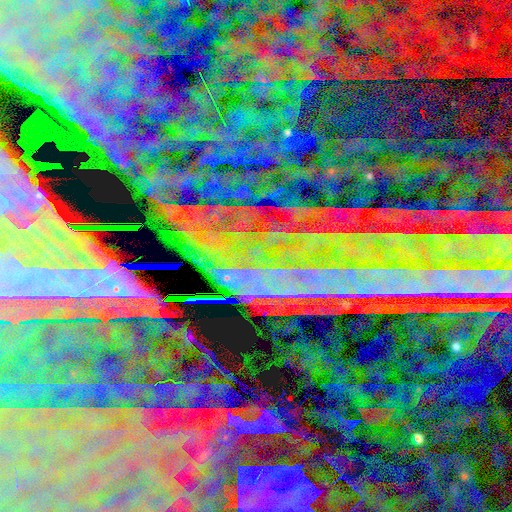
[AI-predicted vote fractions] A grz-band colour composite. It shows a star or artifact, not a galaxy (88%).